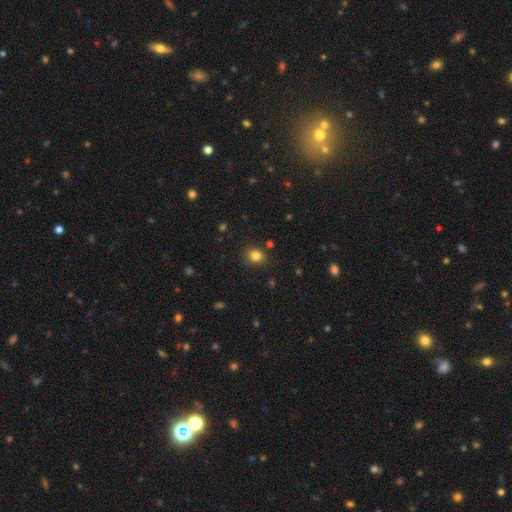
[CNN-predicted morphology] type=smooth (82%); roundness=round (73%); merging=none (85%).